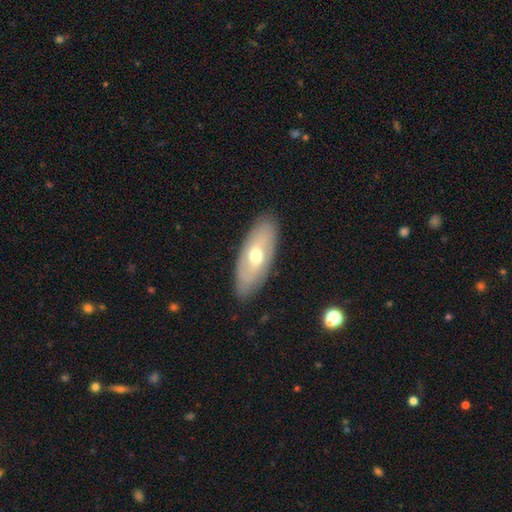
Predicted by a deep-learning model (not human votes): Smooth or featured? smooth (50%)
Merging? none (85%)